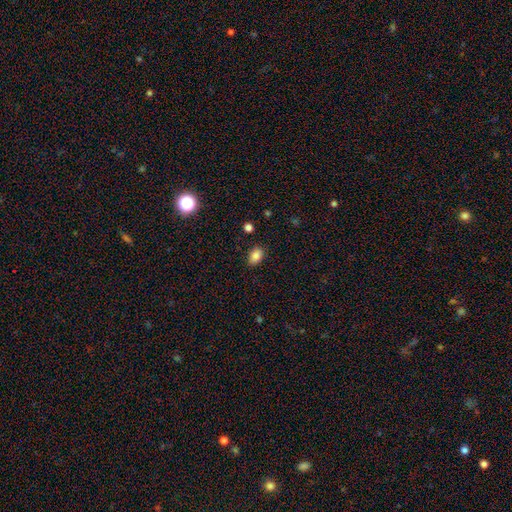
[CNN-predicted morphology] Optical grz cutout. It shows a smooth galaxy with no disk features (84%) that is in between round and cigar-shaped (82%). Merging: none (86%).